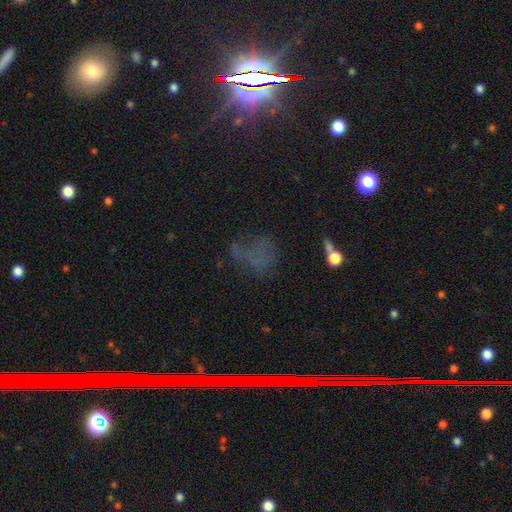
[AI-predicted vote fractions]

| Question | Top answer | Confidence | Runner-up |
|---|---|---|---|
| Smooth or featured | star or artifact | 45% | smooth (35%) |